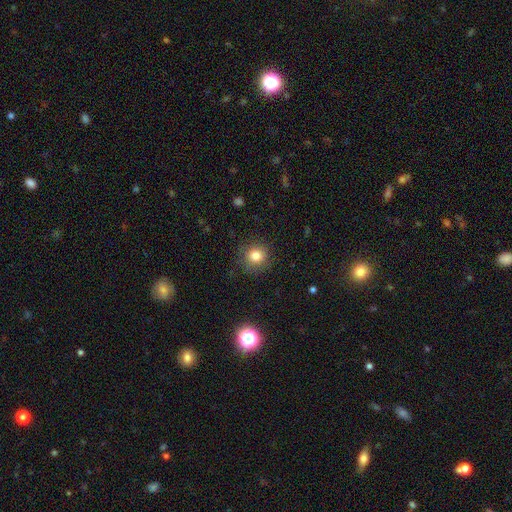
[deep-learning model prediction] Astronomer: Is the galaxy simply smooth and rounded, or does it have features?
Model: smooth — 82%.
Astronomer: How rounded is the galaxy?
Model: round — 88%.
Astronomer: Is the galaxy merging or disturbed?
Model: none — 83%.